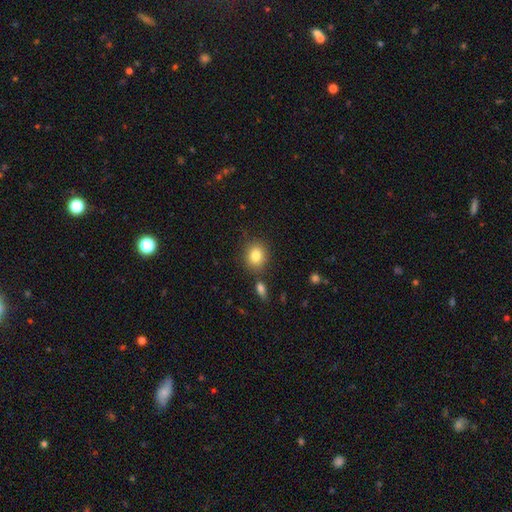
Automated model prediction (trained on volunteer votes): A smooth galaxy with no disk features (83%) that is round (65%). Merging: none (79%).